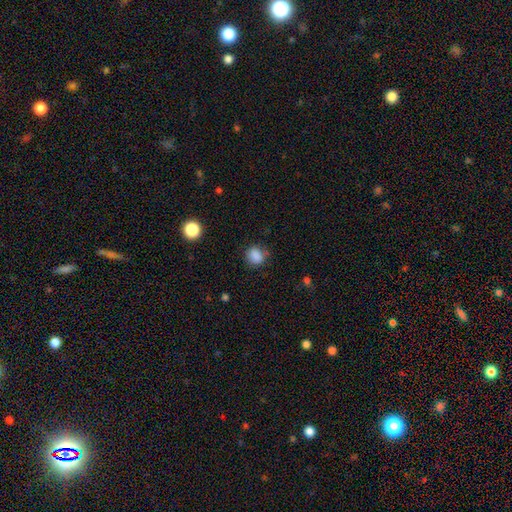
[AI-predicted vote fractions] smooth_or_featured: smooth (p=0.85) [alt: star or artifact p=0.10]
how_rounded: round (p=0.65) [alt: in between p=0.34]
merging: none (p=0.75) [alt: minor disturbance p=0.18]